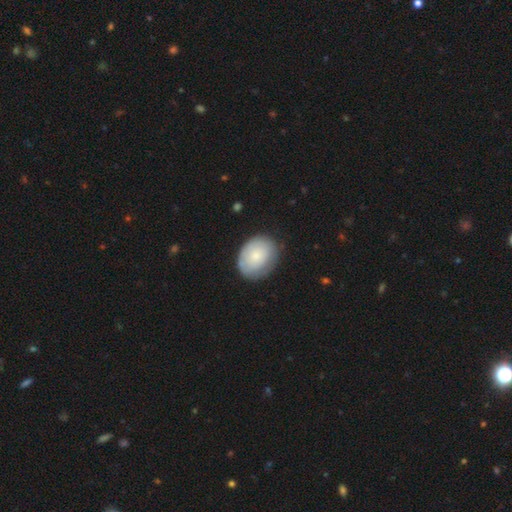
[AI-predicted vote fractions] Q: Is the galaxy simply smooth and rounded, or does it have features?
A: smooth — 72%.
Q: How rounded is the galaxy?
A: in between — 60%.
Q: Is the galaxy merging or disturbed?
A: none — 74%.